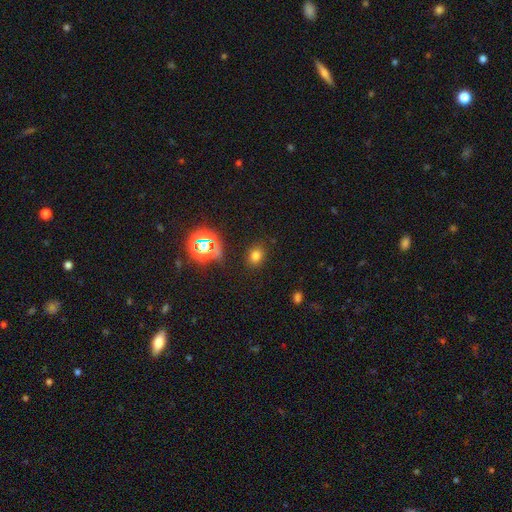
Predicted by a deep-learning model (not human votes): smooth_or_featured: smooth (p=0.71) [alt: star or artifact p=0.22]
how_rounded: round (p=0.56) [alt: in between p=0.43]
merging: none (p=0.86) [alt: minor disturbance p=0.09]